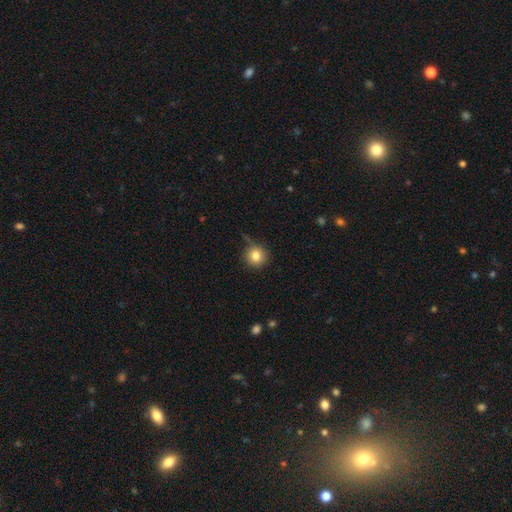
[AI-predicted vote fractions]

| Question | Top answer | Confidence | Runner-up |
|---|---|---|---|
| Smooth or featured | smooth | 82% | star or artifact (11%) |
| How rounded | round | 93% | in between (6%) |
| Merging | none | 77% | minor disturbance (15%) |